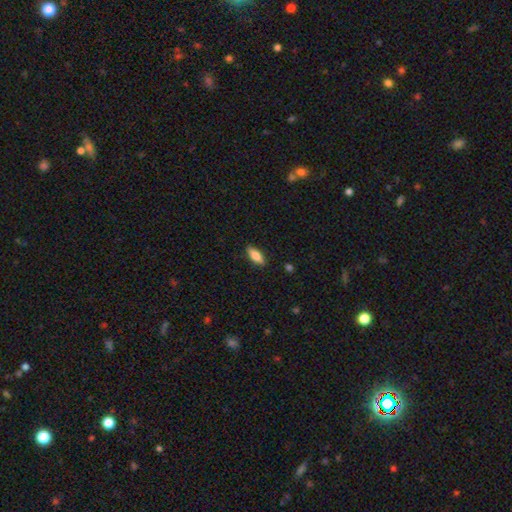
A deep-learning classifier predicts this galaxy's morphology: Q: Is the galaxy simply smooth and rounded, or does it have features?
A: smooth — 72%.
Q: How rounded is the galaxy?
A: in between — 70%.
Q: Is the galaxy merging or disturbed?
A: none — 87%.